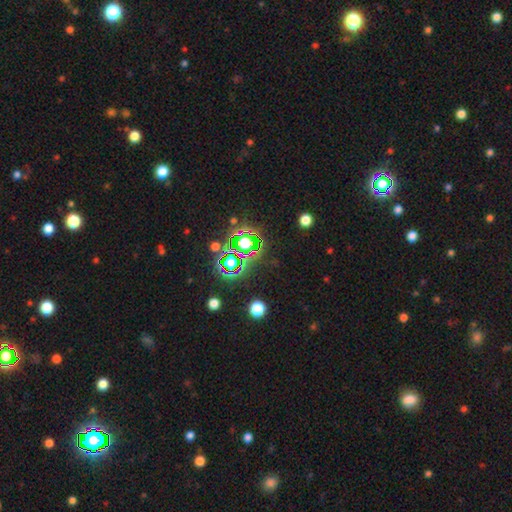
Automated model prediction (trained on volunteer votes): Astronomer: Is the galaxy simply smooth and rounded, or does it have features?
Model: star or artifact — 80%.